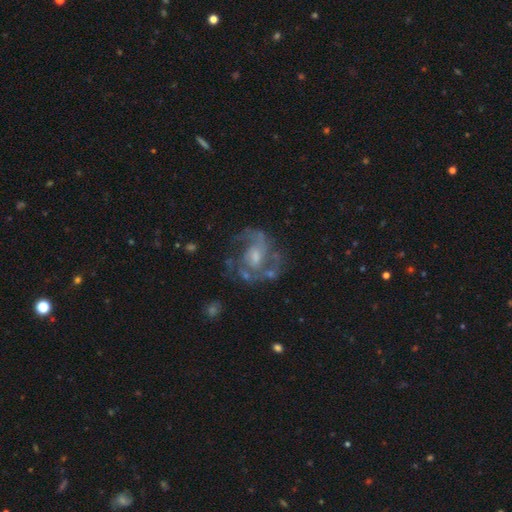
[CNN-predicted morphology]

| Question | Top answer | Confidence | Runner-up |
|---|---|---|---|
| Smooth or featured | featured or disk | 82% | smooth (10%) |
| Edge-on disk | no | 98% | yes (2%) |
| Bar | no | 46% | weak (44%) |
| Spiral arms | yes | 87% | no (13%) |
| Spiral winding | medium | 51% | tight (26%) |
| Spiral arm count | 2 | 53% | can't tell (19%) |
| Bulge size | moderate | 42% | small (38%) |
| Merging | none | 57% | major disturbance (20%) |